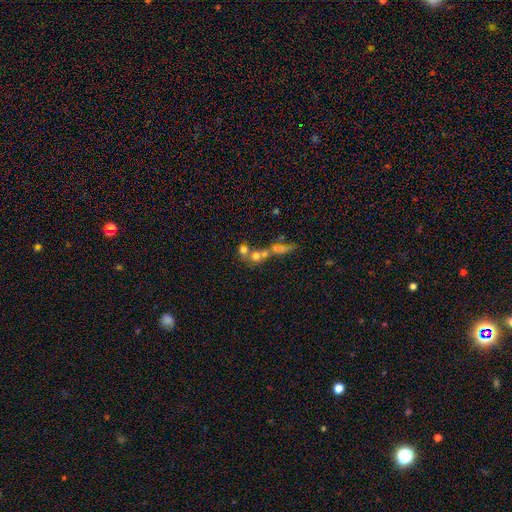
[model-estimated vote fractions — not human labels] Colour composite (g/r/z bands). It shows a smooth galaxy with no disk features (57%) that is round (75%). Merging: merger (51%).